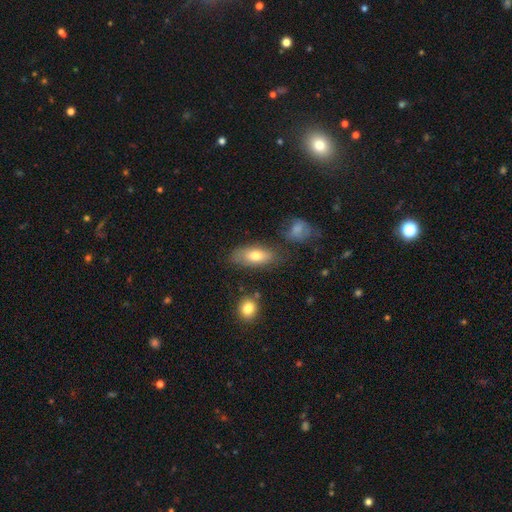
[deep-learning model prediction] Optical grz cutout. It shows a smooth galaxy with no disk features (72%) that is in between round and cigar-shaped (85%). Merging: none (70%).